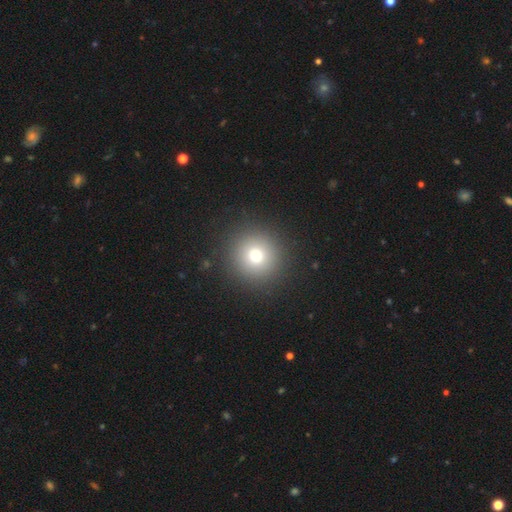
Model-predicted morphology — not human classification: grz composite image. It shows a smooth galaxy with no disk features (76%) that is round (95%). Merging: none (92%).